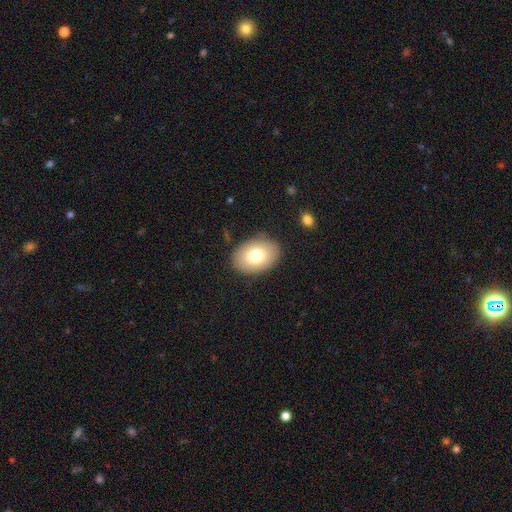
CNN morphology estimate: This appears to be a smooth galaxy with no disk features (76%) that is in between round and cigar-shaped (82%). Merging: none (85%).